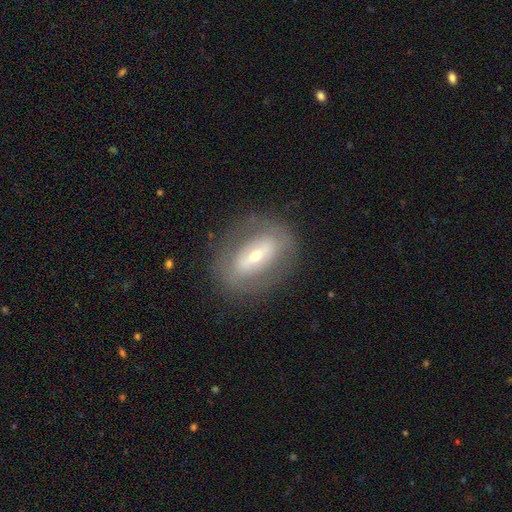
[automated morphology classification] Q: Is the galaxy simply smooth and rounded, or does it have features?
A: featured or disk — 58%.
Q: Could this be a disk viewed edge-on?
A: no — 84%.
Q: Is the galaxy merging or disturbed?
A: none — 78%.